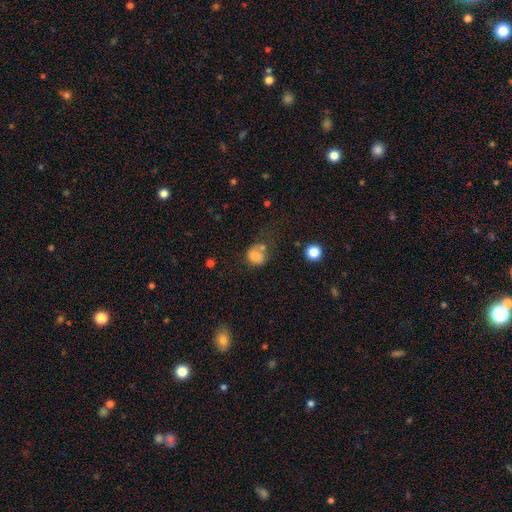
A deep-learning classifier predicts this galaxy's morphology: smooth_or_featured: smooth (p=0.74) [alt: featured or disk p=0.15]
how_rounded: round (p=0.68) [alt: in between p=0.31]
merging: none (p=0.43) [alt: merger p=0.24]